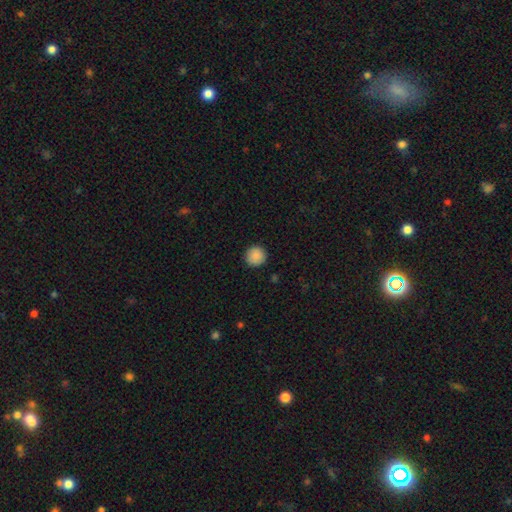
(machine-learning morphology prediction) Smooth or featured: smooth — 89% (star or artifact — 8%)
How rounded: round — 95% (in between — 4%)
Merging: none — 91% (minor disturbance — 6%)